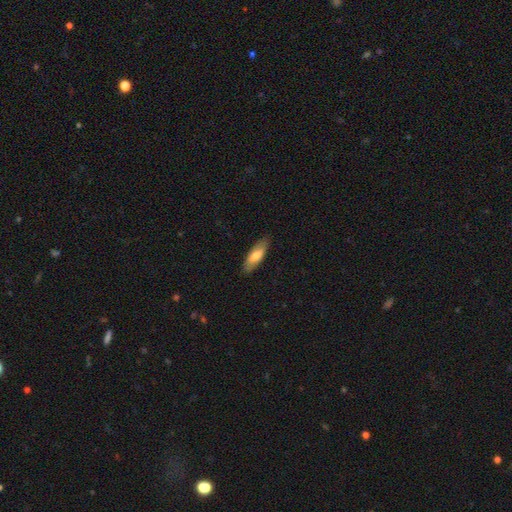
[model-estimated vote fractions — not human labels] A smooth galaxy with no disk features (70%) that is in between round and cigar-shaped (62%). Merging: none (83%).